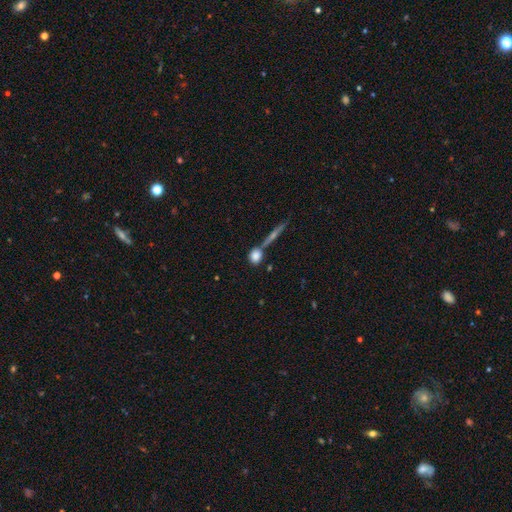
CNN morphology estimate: Smooth or featured? Predicted: smooth (p=0.78). How rounded? Predicted: round (p=0.69). Merging? Predicted: none (p=0.60).